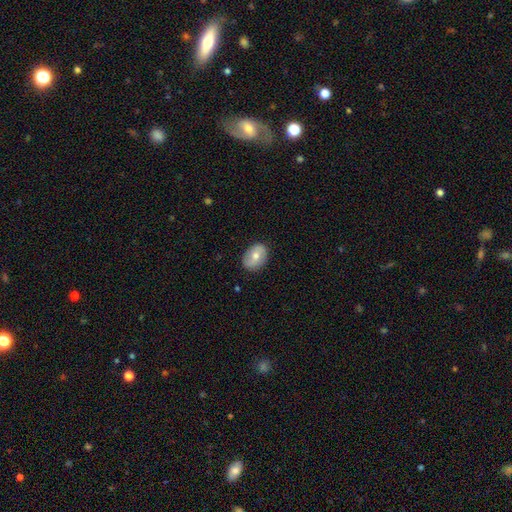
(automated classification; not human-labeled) This is possibly a smooth galaxy (57%). How rounded: likely in between (74%). Merging: clearly none (84%).